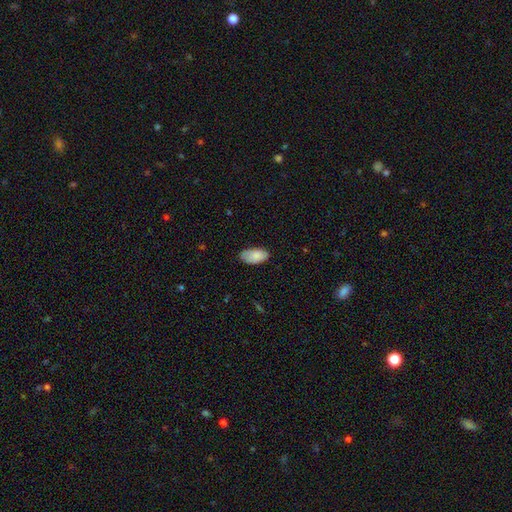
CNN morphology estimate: Smooth or featured?
  - smooth: 85% *
  - featured or disk: 8%
  - star or artifact: 7%
How rounded?
  - in between: 95% *
  - cigar-shaped: 3%
  - round: 3%
Merging?
  - none: 70% *
  - minor disturbance: 24%
  - major disturbance: 4%
  - merger: 1%